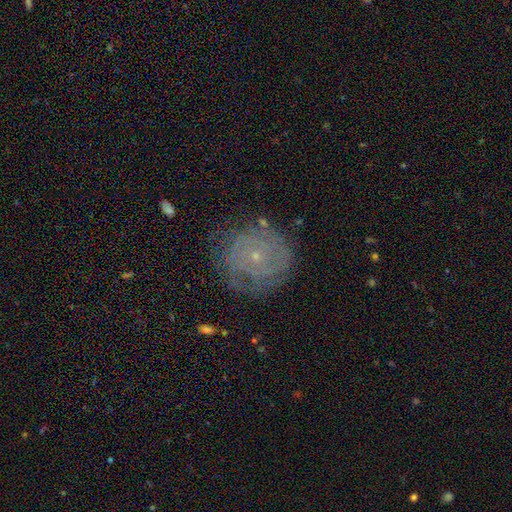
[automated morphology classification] Smooth or featured?
  - featured or disk: 60% *
  - smooth: 24%
  - star or artifact: 16%
Edge-on disk?
  - no: 97% *
  - yes: 3%
Bar?
  - no: 84% *
  - weak: 13%
  - strong: 3%
Spiral arms?
  - yes: 83% *
  - no: 17%
Bulge size?
  - small: 81% *
  - moderate: 13%
  - none: 3%
  - large: 1%
  - dominant: 1%
Merging?
  - none: 77% *
  - minor disturbance: 15%
  - major disturbance: 6%
  - merger: 1%